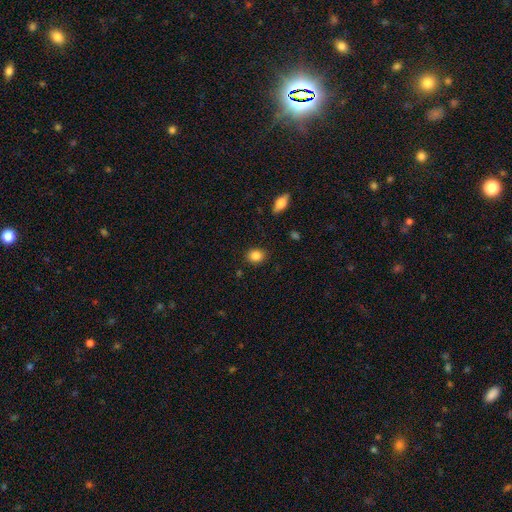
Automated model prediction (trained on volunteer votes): This appears to be a smooth galaxy with no disk features (85%) that is round (55%). Merging: none (87%).